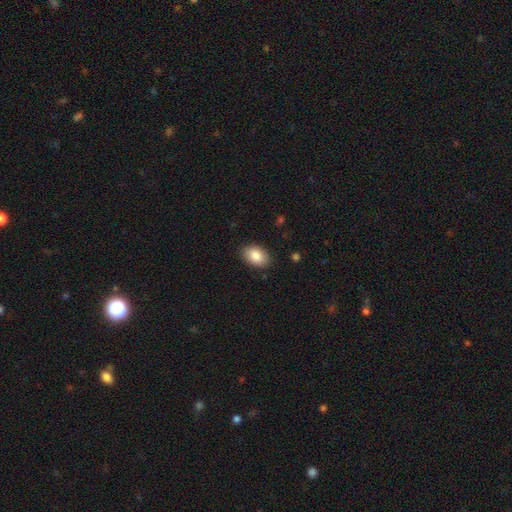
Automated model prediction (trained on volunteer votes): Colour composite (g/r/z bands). It shows a smooth galaxy with no disk features (86%) that is in between round and cigar-shaped (90%). Merging: none (87%).